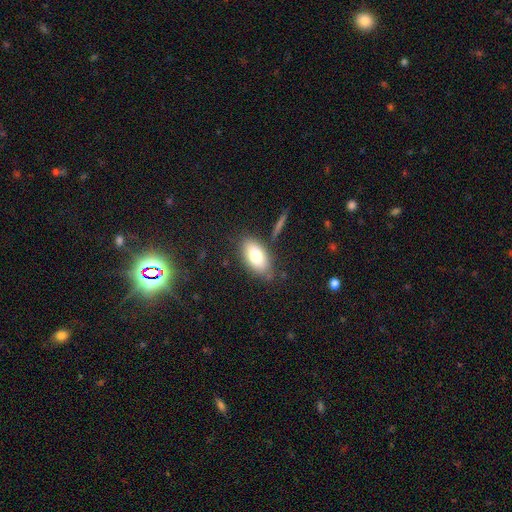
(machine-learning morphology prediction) smooth 78%, featured or disk 15%, star or artifact 7%. Down the decision tree: how rounded — in between (91%); merging — none (74%).